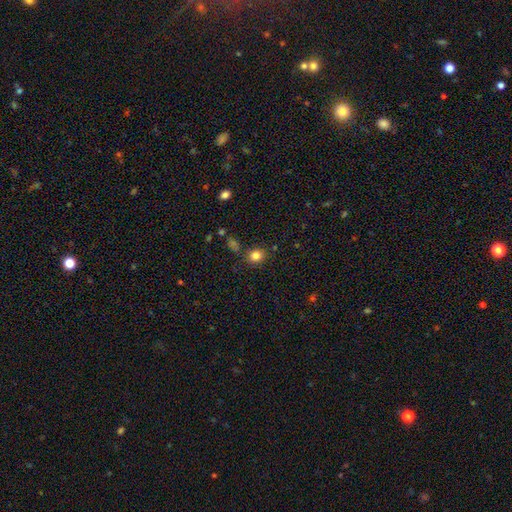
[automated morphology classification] This appears to be a smooth galaxy with no disk features (82%) that is round (65%). Merging: none (81%).